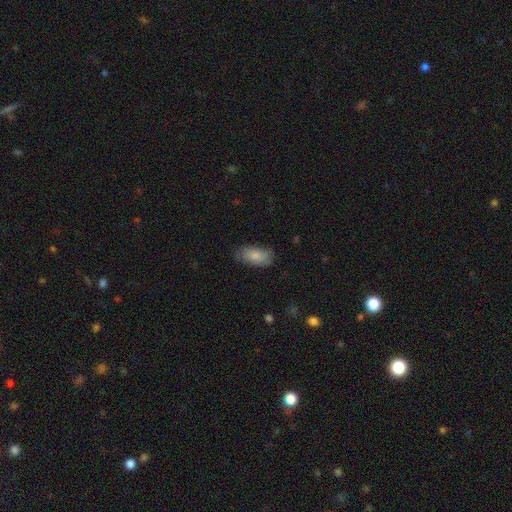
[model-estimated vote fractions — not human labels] This appears to be a smooth galaxy with no disk features (80%) that is in between round and cigar-shaped (92%). Merging: none (76%).